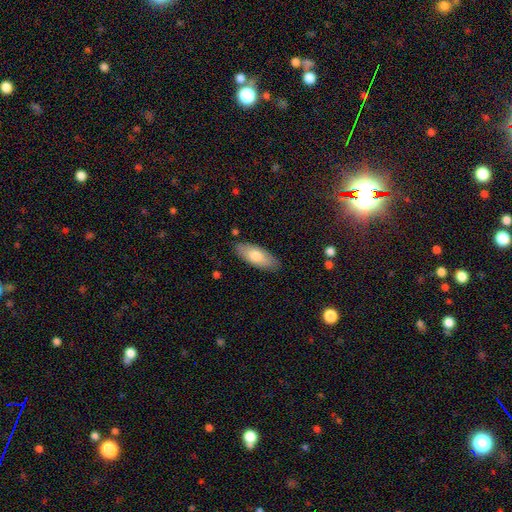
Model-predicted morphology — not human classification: Smooth or featured: smooth — 75% (featured or disk — 20%)
How rounded: in between — 82% (cigar-shaped — 17%)
Merging: none — 85% (minor disturbance — 11%)